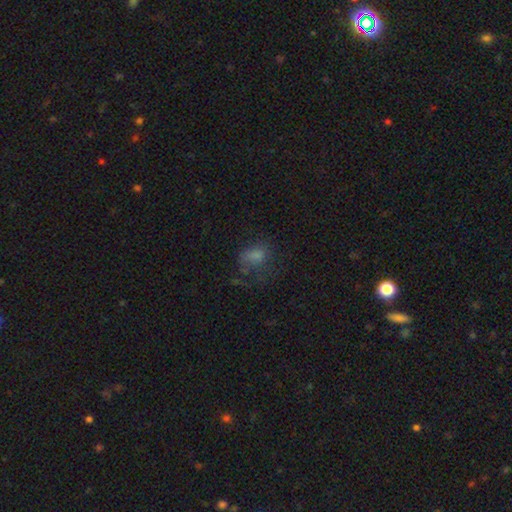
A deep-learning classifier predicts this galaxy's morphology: A smooth galaxy with no disk features (66%) that is in between round and cigar-shaped (71%).

Vote fractions:
- Smooth or featured? smooth: 66% / star or artifact: 17% / featured or disk: 16%
- How rounded? in between: 71% / round: 27% / cigar-shaped: 2%
- Merging? major disturbance: 38% / none: 36% / minor disturbance: 22% / merger: 4%